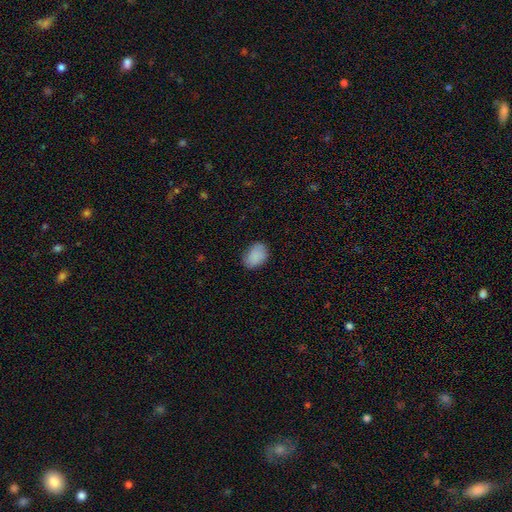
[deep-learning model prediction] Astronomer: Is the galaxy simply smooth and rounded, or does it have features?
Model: smooth — 88%.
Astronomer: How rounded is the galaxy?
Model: in between — 78%.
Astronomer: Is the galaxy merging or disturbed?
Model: none — 79%.